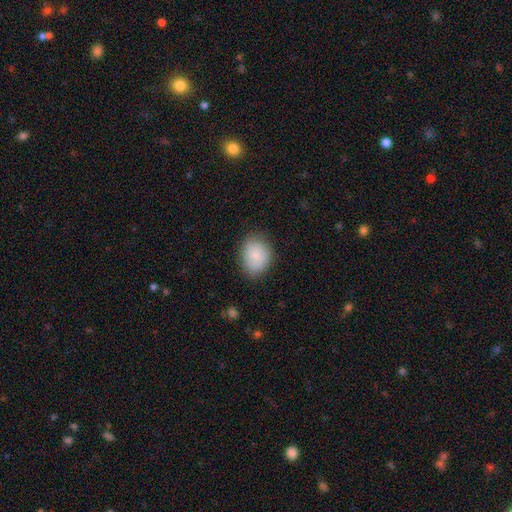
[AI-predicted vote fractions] A smooth galaxy with no disk features (82%) that is round (50%).

Vote fractions:
- Smooth or featured? smooth: 82% / featured or disk: 11% / star or artifact: 7%
- How rounded? round: 50% / in between: 49% / cigar-shaped: 1%
- Merging? none: 77% / minor disturbance: 18% / major disturbance: 4% / merger: 1%